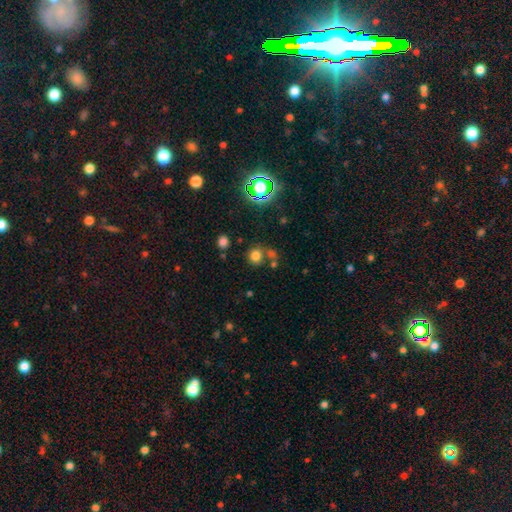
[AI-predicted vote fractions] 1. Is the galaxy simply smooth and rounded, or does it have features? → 72% smooth, 21% star or artifact, 7% featured or disk.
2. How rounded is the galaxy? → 83% round, 16% in between, 1% cigar-shaped.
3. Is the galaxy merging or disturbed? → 68% none, 16% merger, 10% minor disturbance, 5% major disturbance.